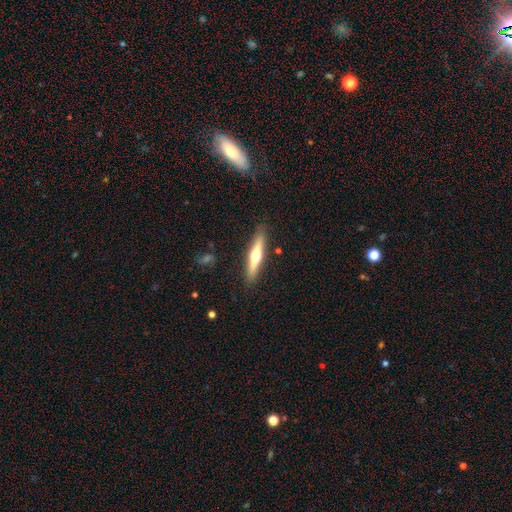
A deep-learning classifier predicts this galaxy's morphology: Q: Smooth or featured?
A: featured or disk (52%); runner-up: smooth (43%)
Q: Edge-on disk?
A: yes (94%); runner-up: no (6%)
Q: Merging?
A: none (88%); runner-up: minor disturbance (8%)